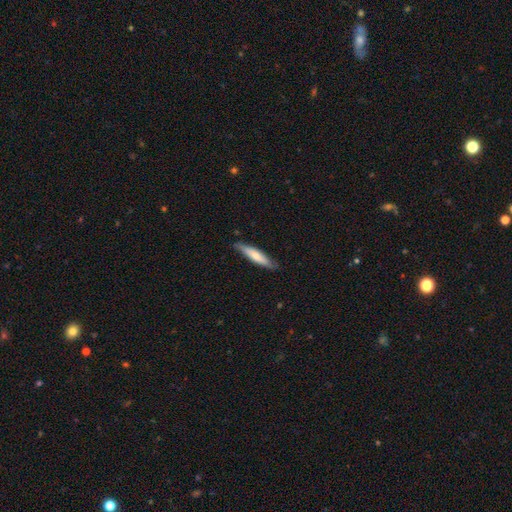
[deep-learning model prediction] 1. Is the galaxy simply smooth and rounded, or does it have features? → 66% smooth, 29% featured or disk, 5% star or artifact.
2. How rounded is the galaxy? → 84% cigar-shaped, 15% in between, 1% round.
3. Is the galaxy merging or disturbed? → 82% none, 15% minor disturbance, 2% major disturbance, 1% merger.